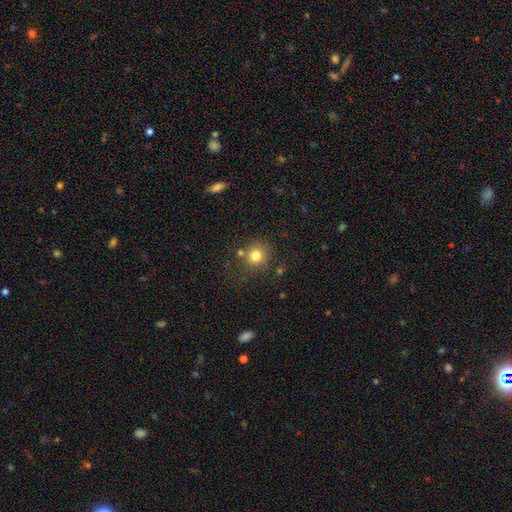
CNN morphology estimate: A smooth galaxy with no disk features (79%) that is round (90%). Merging: none (75%).